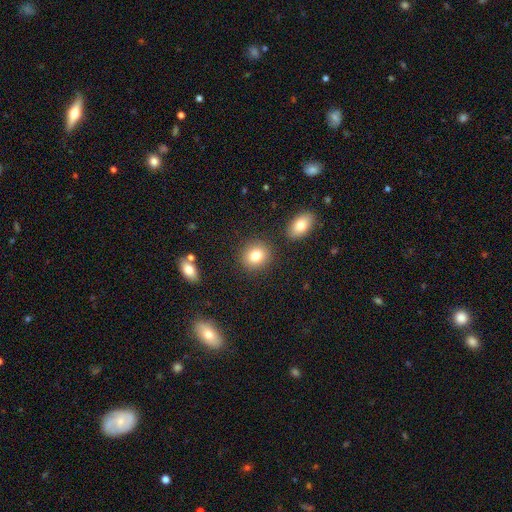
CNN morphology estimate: A smooth galaxy with no disk features (82%) that is round (75%).

Vote fractions:
- Smooth or featured? smooth: 82% / star or artifact: 10% / featured or disk: 9%
- How rounded? round: 75% / in between: 24% / cigar-shaped: 1%
- Merging? none: 85% / minor disturbance: 7% / merger: 5% / major disturbance: 3%